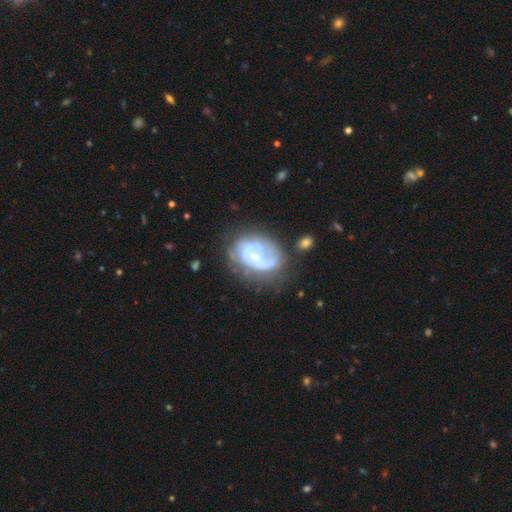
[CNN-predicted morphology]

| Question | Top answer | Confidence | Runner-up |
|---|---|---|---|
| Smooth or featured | featured or disk | 76% | smooth (17%) |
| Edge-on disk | no | 98% | yes (2%) |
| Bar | no | 62% | weak (32%) |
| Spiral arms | yes | 87% | no (13%) |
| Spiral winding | tight | 46% | medium (37%) |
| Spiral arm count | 2 | 35% | can't tell (32%) |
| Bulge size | small | 59% | moderate (20%) |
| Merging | none | 56% | minor disturbance (23%) |